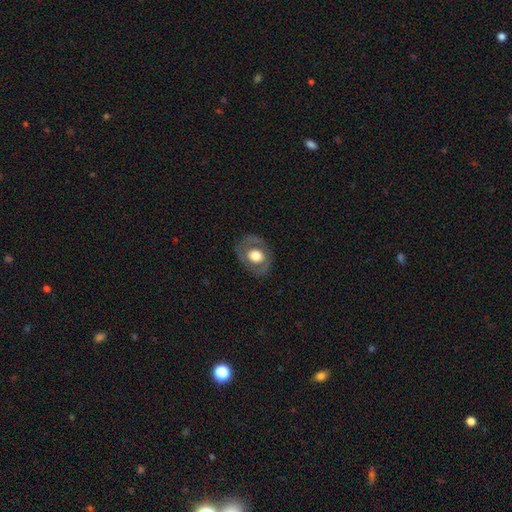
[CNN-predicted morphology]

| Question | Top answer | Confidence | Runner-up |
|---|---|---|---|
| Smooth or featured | smooth | 47% | featured or disk (46%) |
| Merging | none | 76% | minor disturbance (15%) |